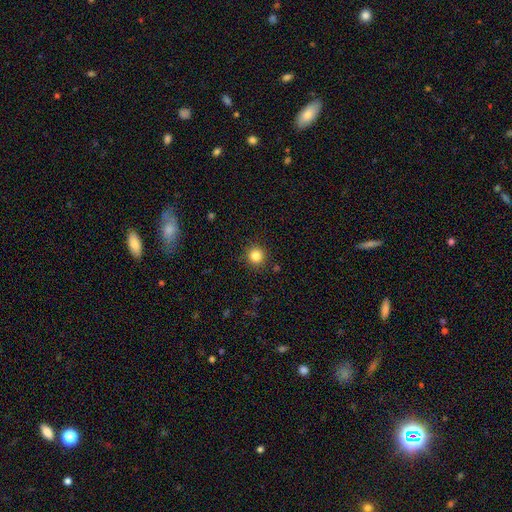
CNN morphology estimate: Q: Smooth or featured?
A: smooth (84%); runner-up: star or artifact (11%)
Q: How rounded?
A: round (94%); runner-up: in between (5%)
Q: Merging?
A: none (90%); runner-up: minor disturbance (7%)